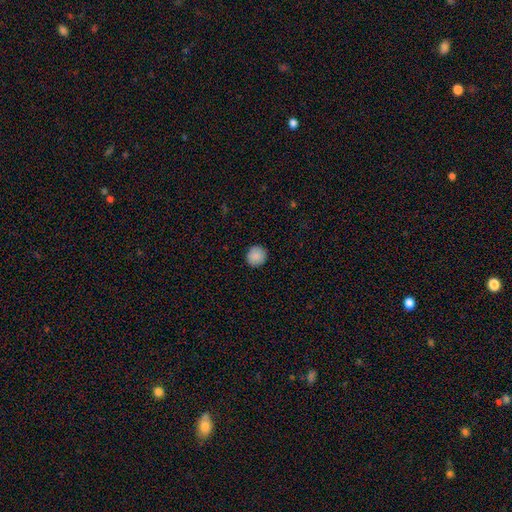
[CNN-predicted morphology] Smooth or featured? Predicted: smooth (p=0.89). How rounded? Predicted: round (p=0.93). Merging? Predicted: none (p=0.91).